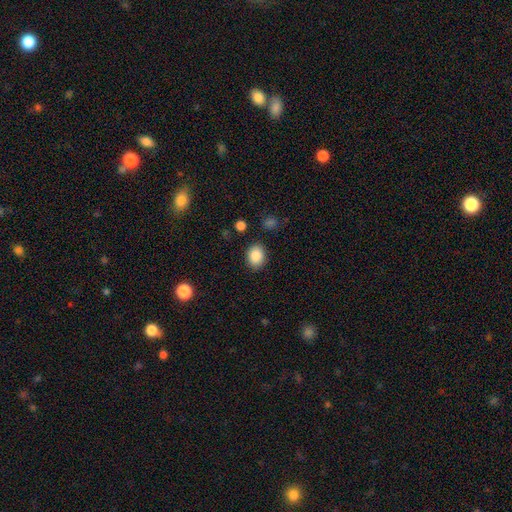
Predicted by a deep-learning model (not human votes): This appears to be a smooth galaxy with no disk features (88%) that is in between round and cigar-shaped (60%). Merging: none (85%).